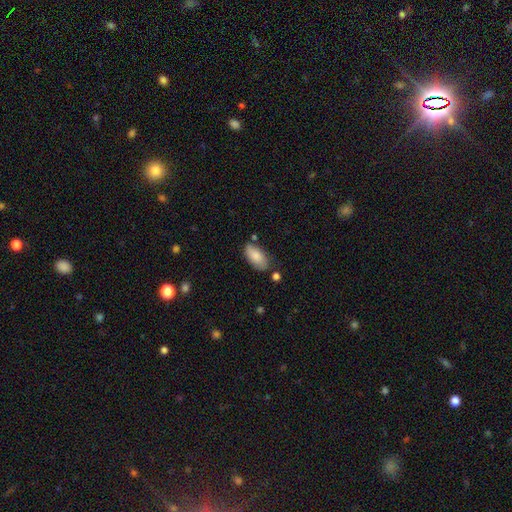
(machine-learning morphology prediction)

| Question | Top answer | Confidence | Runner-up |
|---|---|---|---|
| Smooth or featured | smooth | 83% | featured or disk (11%) |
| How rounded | in between | 93% | cigar-shaped (5%) |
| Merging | none | 72% | minor disturbance (19%) |